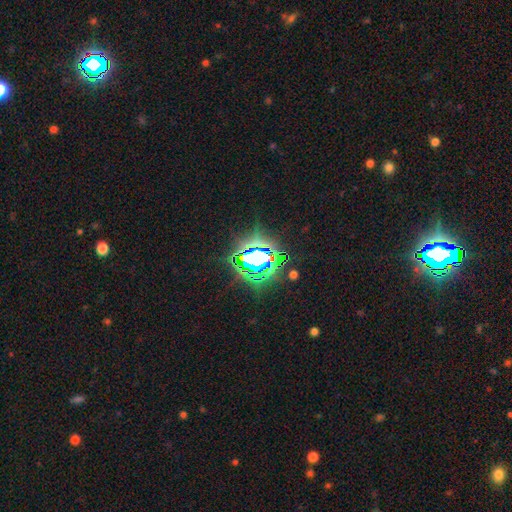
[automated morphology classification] Smooth or featured? Predicted: star or artifact (p=0.75).